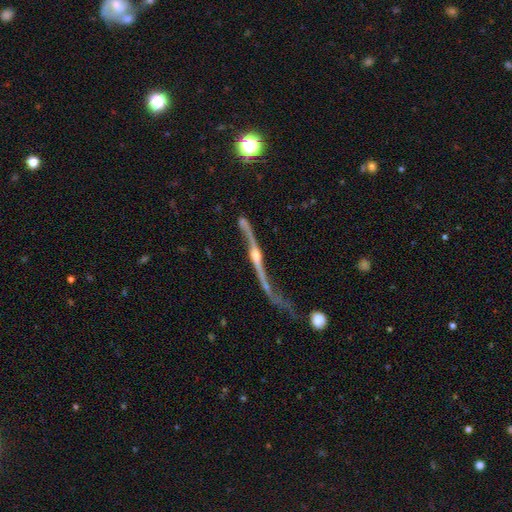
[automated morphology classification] Smooth or featured: featured or disk — 87% (star or artifact — 7%)
Edge-on disk: yes — 61% (no — 39%)
Edge-on bulge: rounded — 86% (none — 8%)
Merging: none — 43% (major disturbance — 23%)